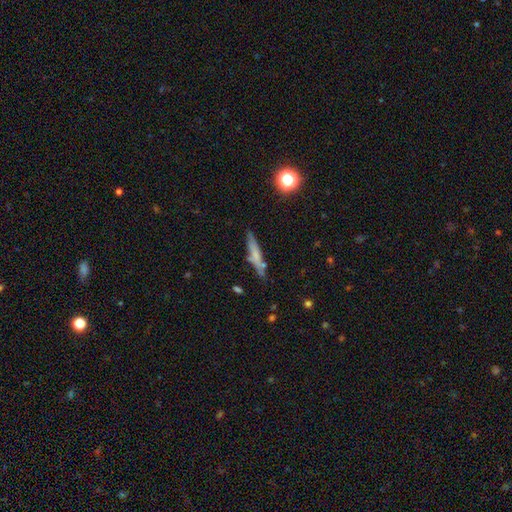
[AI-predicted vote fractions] Smooth or featured: smooth — 55% (featured or disk — 36%)
How rounded: cigar-shaped — 87% (in between — 11%)
Merging: none — 75% (minor disturbance — 15%)